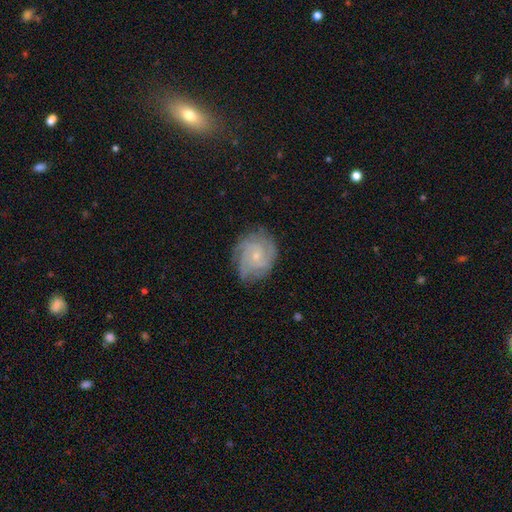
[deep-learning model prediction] Smooth or featured? Predicted: featured or disk (p=0.83). Edge-on disk? Predicted: no (p=0.98). Bar? Predicted: no (p=0.71). Spiral arms? Predicted: yes (p=0.96). Spiral winding? Predicted: tight (p=0.66). Spiral arm count? Predicted: 3 (p=0.28). Bulge size? Predicted: small (p=0.75). Merging? Predicted: none (p=0.76).